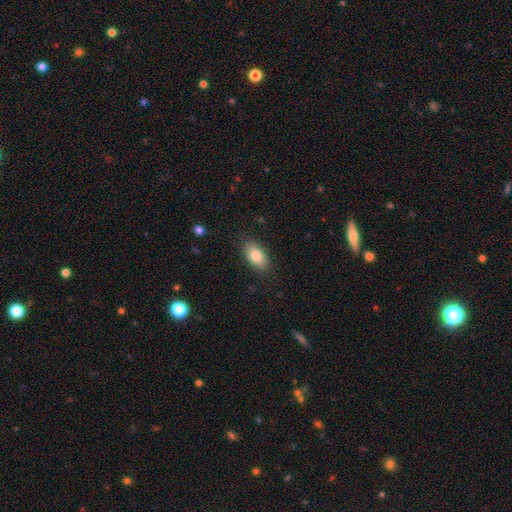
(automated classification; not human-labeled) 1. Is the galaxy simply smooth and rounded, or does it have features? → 83% smooth, 10% featured or disk, 7% star or artifact.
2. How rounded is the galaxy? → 91% in between, 5% cigar-shaped, 4% round.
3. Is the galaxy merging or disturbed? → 85% none, 11% minor disturbance, 3% major disturbance, 1% merger.